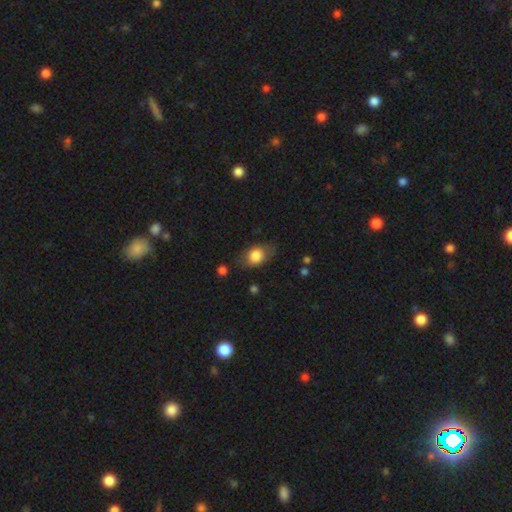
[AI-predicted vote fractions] Q: Smooth or featured?
A: smooth (76%); runner-up: featured or disk (16%)
Q: How rounded?
A: in between (78%); runner-up: round (20%)
Q: Merging?
A: none (72%); runner-up: minor disturbance (20%)